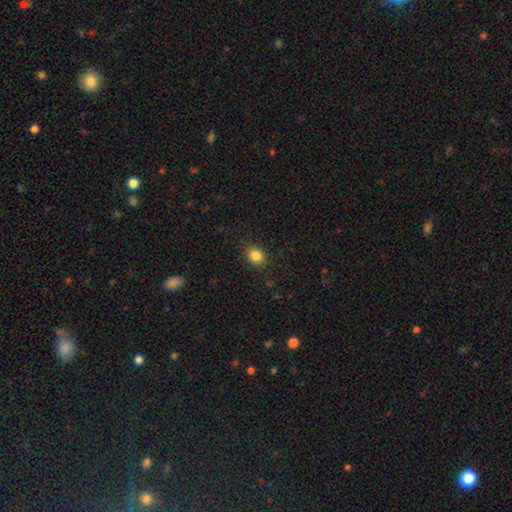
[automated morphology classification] smooth-or-featured: smooth: 84% | star or artifact: 11% | featured or disk: 5%
  how-rounded: round: 66% | in between: 33% | cigar-shaped: 1%
  merging: none: 88% | minor disturbance: 9% | major disturbance: 3% | merger: 1%